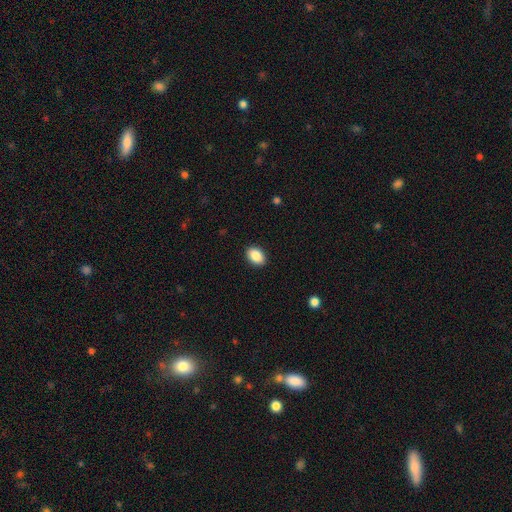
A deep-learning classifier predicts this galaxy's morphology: type=smooth (89%); roundness=in between (82%); merging=none (90%).